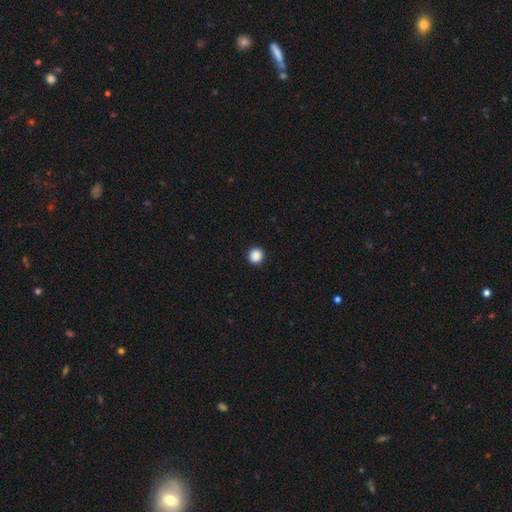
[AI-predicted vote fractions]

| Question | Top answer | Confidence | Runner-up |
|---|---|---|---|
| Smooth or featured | smooth | 89% | star or artifact (9%) |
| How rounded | round | 94% | in between (5%) |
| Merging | none | 93% | minor disturbance (4%) |